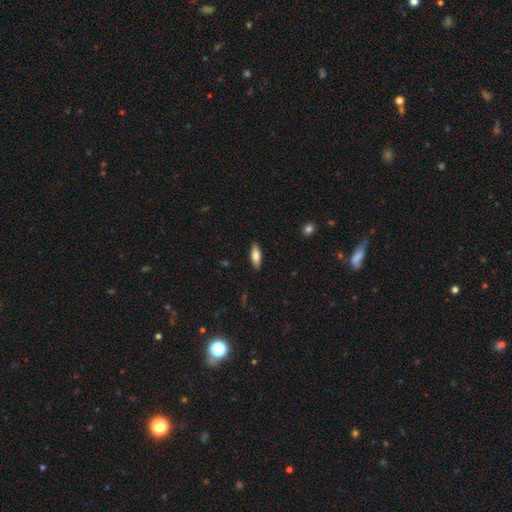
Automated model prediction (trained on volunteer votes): Smooth or featured: smooth — 69% (featured or disk — 25%)
How rounded: in between — 62% (cigar-shaped — 35%)
Merging: none — 89% (minor disturbance — 8%)